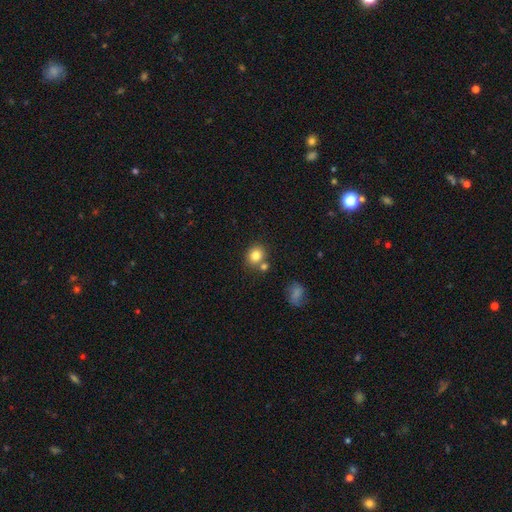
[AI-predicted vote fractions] Smooth or featured: smooth — 82% (star or artifact — 11%)
How rounded: round — 78% (in between — 21%)
Merging: none — 66% (merger — 20%)